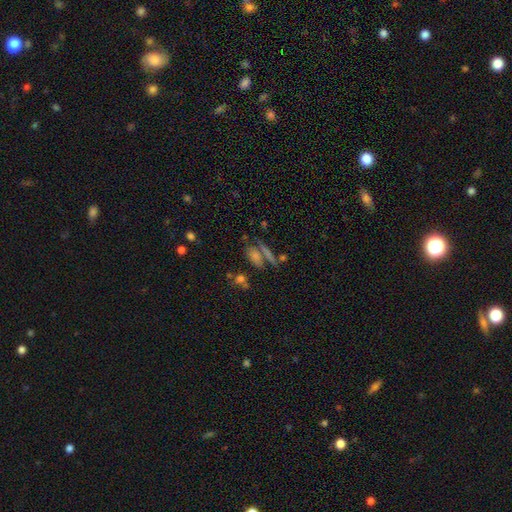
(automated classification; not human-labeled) smooth-or-featured: smooth: 50% | star or artifact: 27% | featured or disk: 23%
  merging: none: 51% | merger: 25% | minor disturbance: 13% | major disturbance: 11%